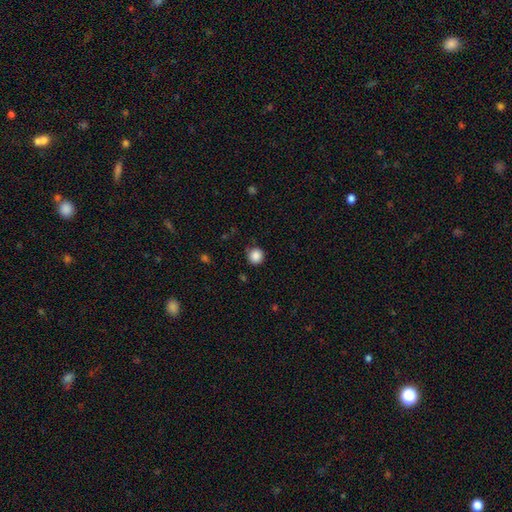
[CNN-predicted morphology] This is clearly a smooth galaxy (87%). How rounded: clearly round (93%). Merging: clearly none (86%).